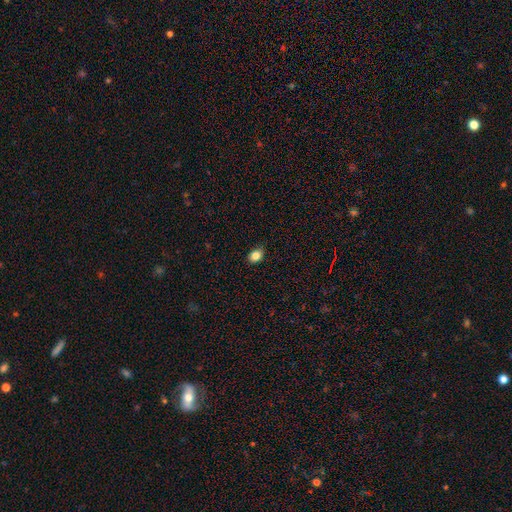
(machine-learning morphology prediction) A smooth galaxy with no disk features (84%) that is in between round and cigar-shaped (70%). Merging: none (86%).